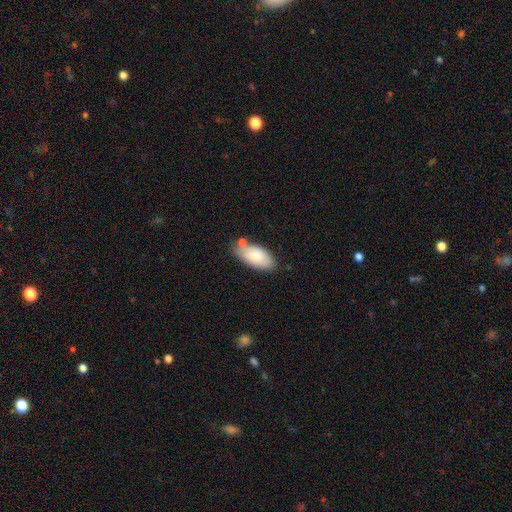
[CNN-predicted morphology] type=smooth (77%); roundness=in between (92%); merging=none (64%).